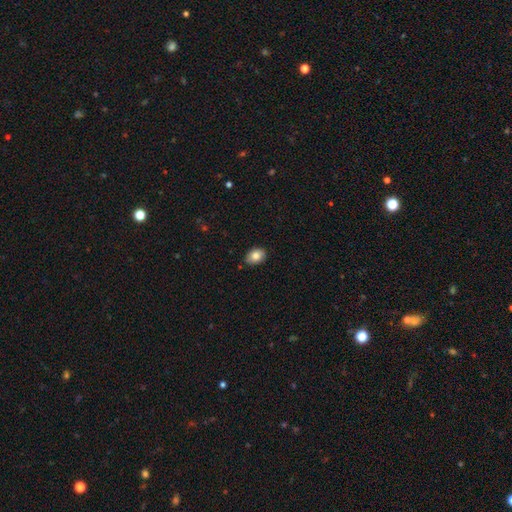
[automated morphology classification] This is clearly a smooth galaxy (84%). How rounded: likely in between (77%). Merging: clearly none (85%).